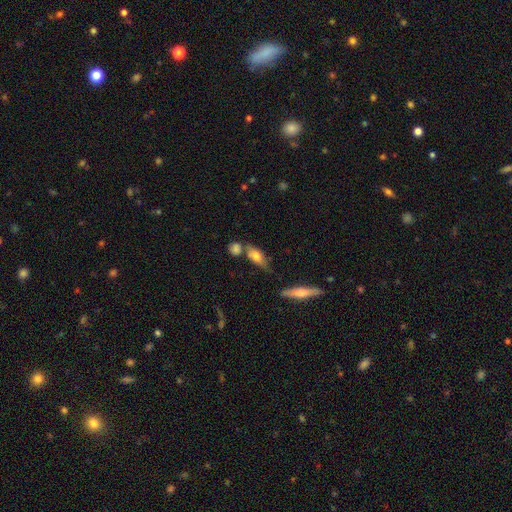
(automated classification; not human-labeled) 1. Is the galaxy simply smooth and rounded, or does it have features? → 64% smooth, 28% featured or disk, 8% star or artifact.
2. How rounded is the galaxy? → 64% in between, 29% cigar-shaped, 7% round.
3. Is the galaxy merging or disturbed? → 54% none, 21% merger, 19% minor disturbance, 6% major disturbance.